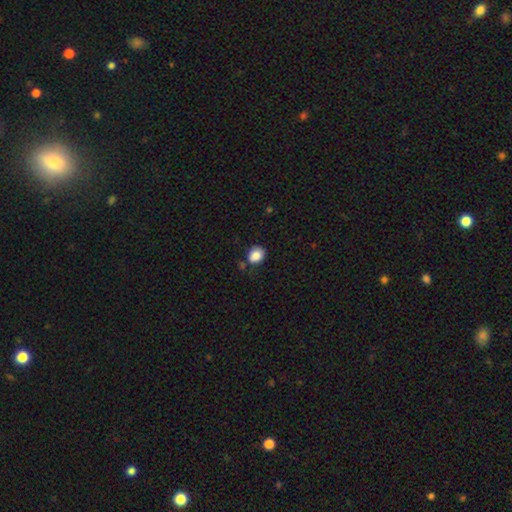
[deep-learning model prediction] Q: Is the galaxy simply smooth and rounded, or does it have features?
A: smooth — 86%.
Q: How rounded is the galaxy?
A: round — 63%.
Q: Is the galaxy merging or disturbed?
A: none — 68%.